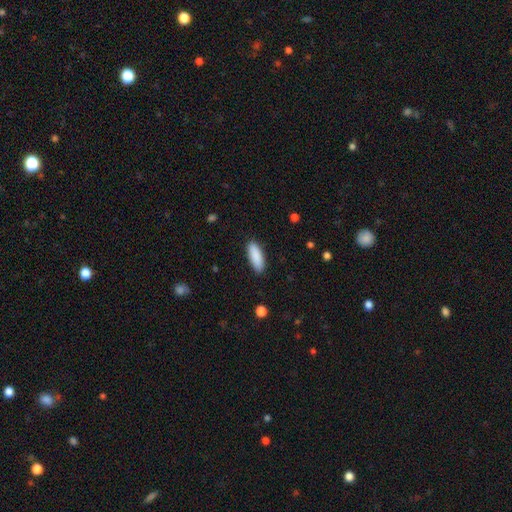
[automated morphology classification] Q: Smooth or featured?
A: smooth (89%); runner-up: star or artifact (6%)
Q: How rounded?
A: in between (64%); runner-up: cigar-shaped (35%)
Q: Merging?
A: none (89%); runner-up: minor disturbance (8%)